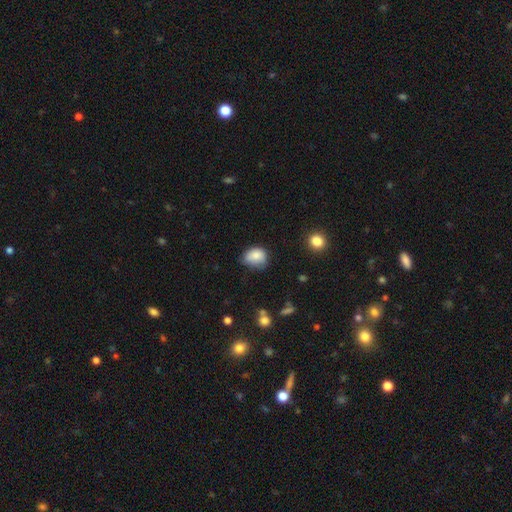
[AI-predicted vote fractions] smooth 82%, star or artifact 9%, featured or disk 8%. Down the decision tree: how rounded — in between (54%); merging — none (47%).